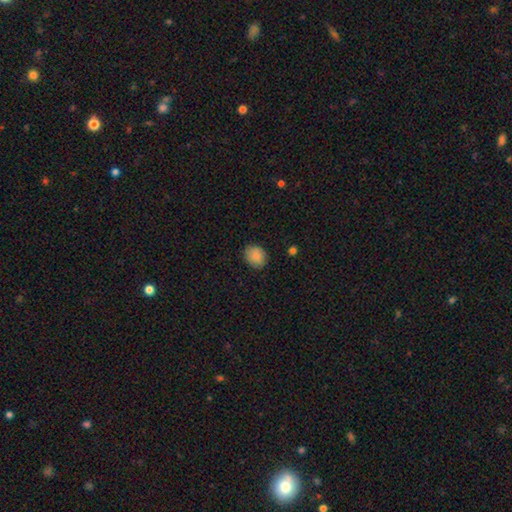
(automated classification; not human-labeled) A smooth galaxy with no disk features (87%) that is round (60%).

Vote fractions:
- Smooth or featured? smooth: 87% / star or artifact: 8% / featured or disk: 6%
- How rounded? round: 60% / in between: 39% / cigar-shaped: 1%
- Merging? none: 85% / minor disturbance: 12% / major disturbance: 2% / merger: 1%